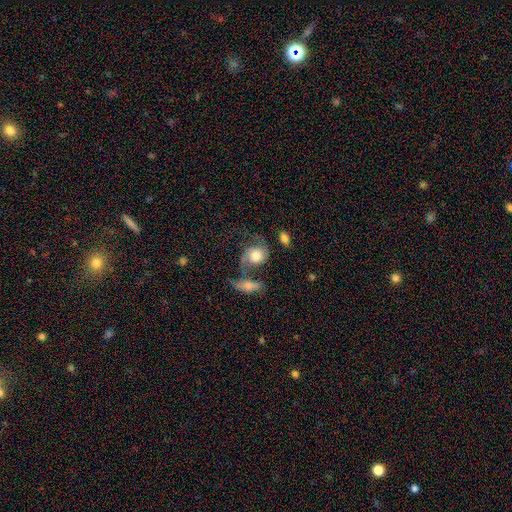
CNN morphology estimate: Smooth or featured? Predicted: featured or disk (p=0.60). Edge-on disk? Predicted: no (p=0.96). Bar? Predicted: no (p=0.78). Spiral arms? Predicted: yes (p=0.86). Spiral winding? Predicted: loose (p=0.45). Spiral arm count? Predicted: 2 (p=0.78). Bulge size? Predicted: moderate (p=0.47). Merging? Predicted: merger (p=0.37).